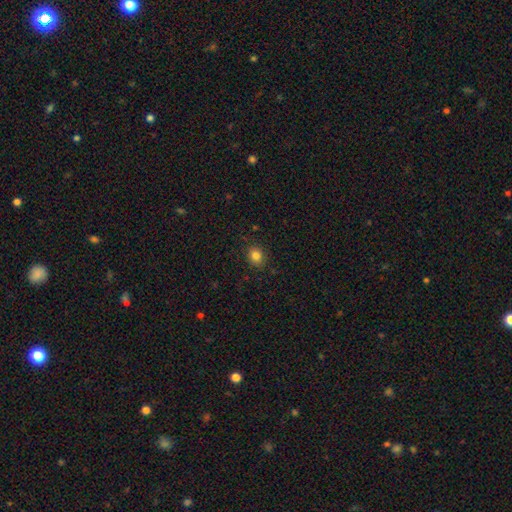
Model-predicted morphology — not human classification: A smooth galaxy with no disk features (83%) that is round (70%). Merging: none (88%).